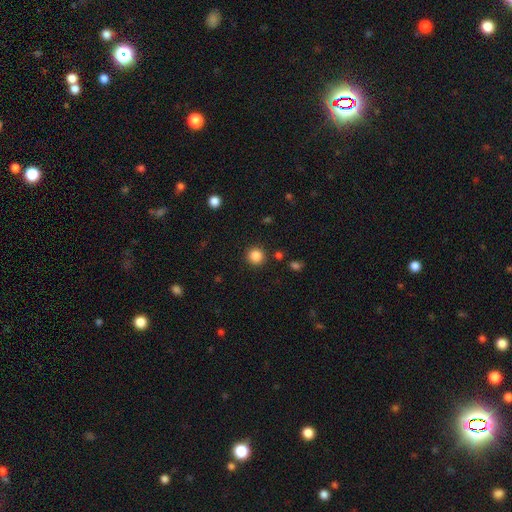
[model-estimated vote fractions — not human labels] Overall: smooth (86%). How rounded: round (94%). Merging: none (90%).